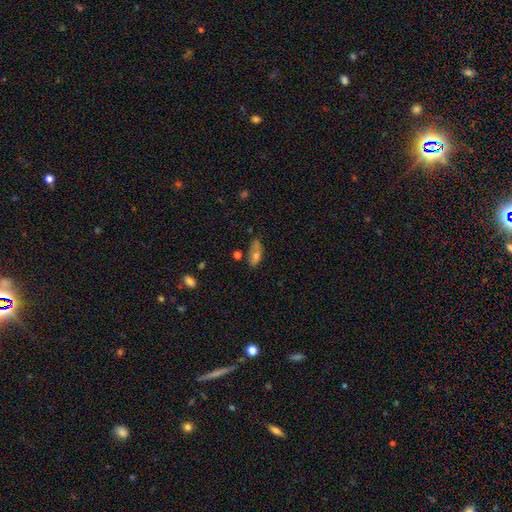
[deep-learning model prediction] Smooth or featured: smooth — 61% (featured or disk — 27%)
How rounded: in between — 77% (cigar-shaped — 18%)
Merging: none — 59% (minor disturbance — 26%)